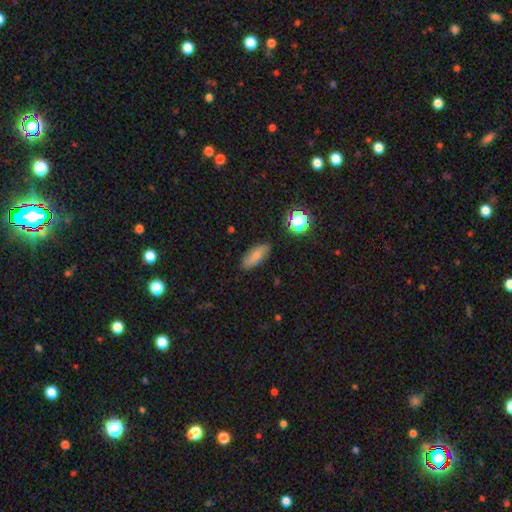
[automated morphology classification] A smooth galaxy with no disk features (73%) that is in between round and cigar-shaped (78%). Merging: none (82%).